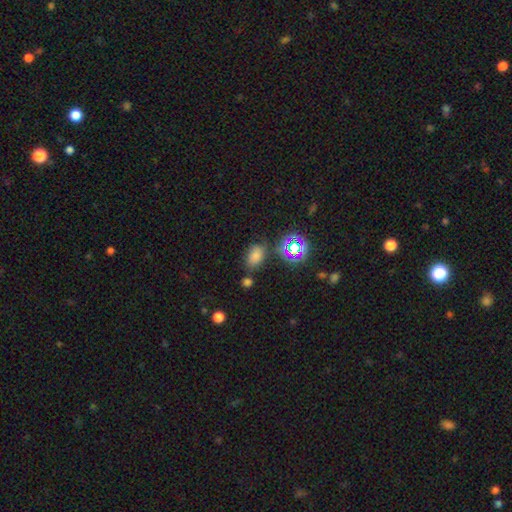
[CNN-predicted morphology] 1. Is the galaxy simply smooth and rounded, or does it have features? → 68% smooth, 24% star or artifact, 7% featured or disk.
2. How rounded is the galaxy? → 83% in between, 15% round, 2% cigar-shaped.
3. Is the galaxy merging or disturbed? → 67% none, 18% minor disturbance, 9% merger, 6% major disturbance.